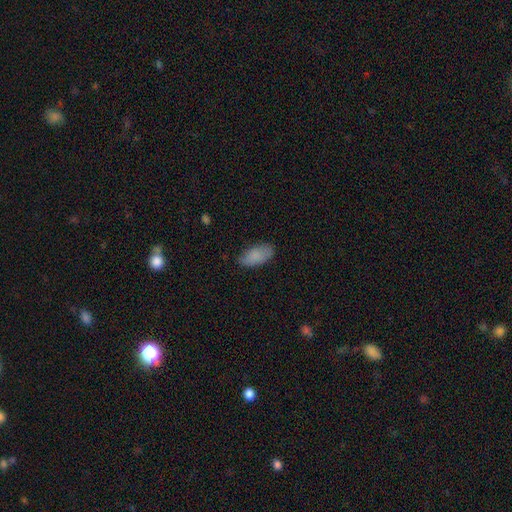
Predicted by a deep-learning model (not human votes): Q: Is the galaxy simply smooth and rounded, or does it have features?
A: smooth — 86%.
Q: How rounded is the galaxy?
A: in between — 93%.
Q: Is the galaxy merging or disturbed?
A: none — 76%.